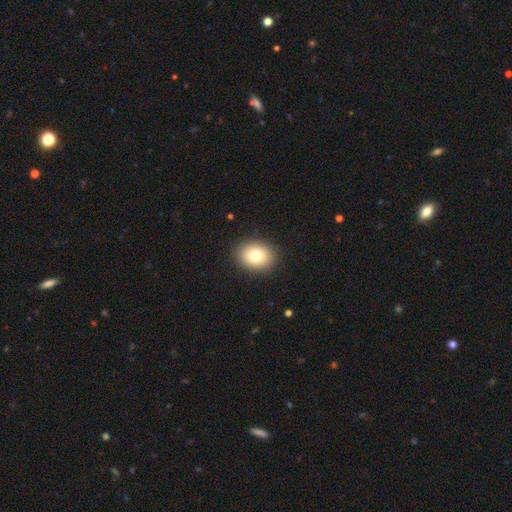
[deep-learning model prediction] Smooth or featured: smooth — 78% (featured or disk — 12%)
How rounded: in between — 53% (round — 46%)
Merging: none — 89% (minor disturbance — 7%)